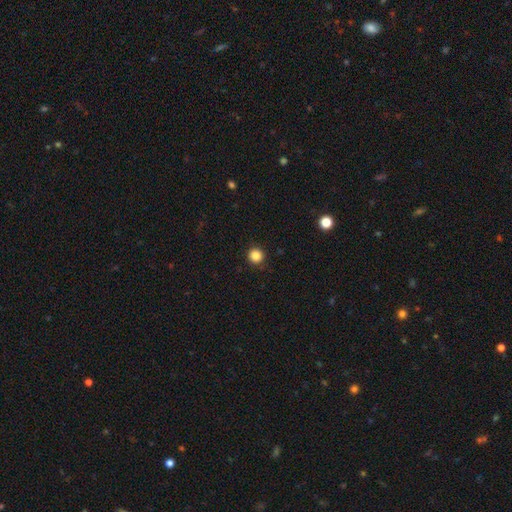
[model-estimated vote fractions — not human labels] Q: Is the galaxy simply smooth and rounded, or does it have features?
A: smooth — 86%.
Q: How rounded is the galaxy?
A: round — 95%.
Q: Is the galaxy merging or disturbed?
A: none — 91%.